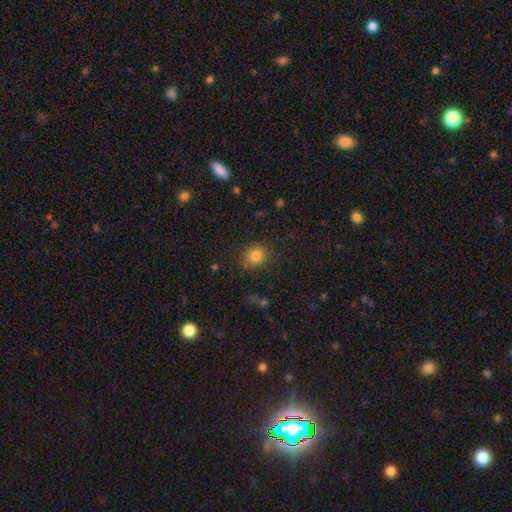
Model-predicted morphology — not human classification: Smooth or featured? Predicted: smooth (p=0.83). How rounded? Predicted: round (p=0.81). Merging? Predicted: none (p=0.82).